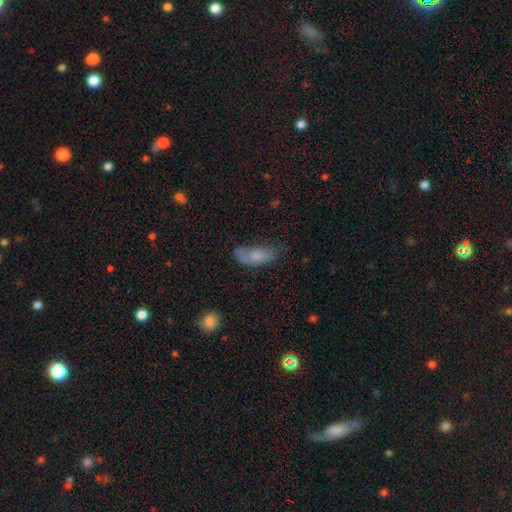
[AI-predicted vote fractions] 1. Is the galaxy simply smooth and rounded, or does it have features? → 69% smooth, 21% featured or disk, 9% star or artifact.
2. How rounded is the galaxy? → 76% in between, 20% cigar-shaped, 4% round.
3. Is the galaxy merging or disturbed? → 38% none, 31% minor disturbance, 22% major disturbance, 9% merger.